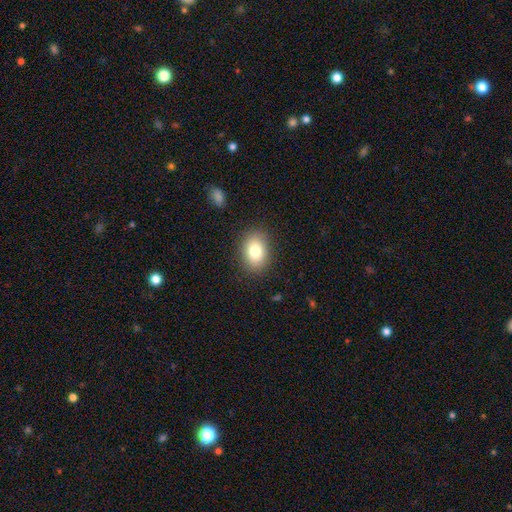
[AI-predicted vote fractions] smooth-or-featured: smooth: 81% | featured or disk: 10% | star or artifact: 9%
  how-rounded: in between: 73% | round: 26% | cigar-shaped: 1%
  merging: none: 87% | minor disturbance: 9% | major disturbance: 3% | merger: 1%